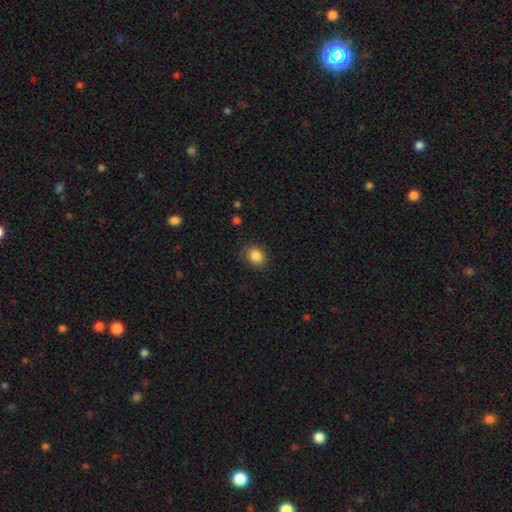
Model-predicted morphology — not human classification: Q: Smooth or featured?
A: smooth (86%); runner-up: star or artifact (10%)
Q: How rounded?
A: round (63%); runner-up: in between (36%)
Q: Merging?
A: none (84%); runner-up: minor disturbance (12%)